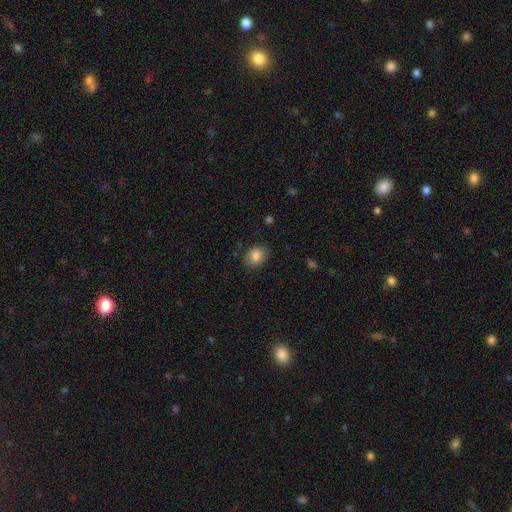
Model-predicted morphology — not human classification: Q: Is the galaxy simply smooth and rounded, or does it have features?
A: smooth — 83%.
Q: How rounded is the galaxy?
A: in between — 56%.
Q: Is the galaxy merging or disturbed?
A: none — 82%.